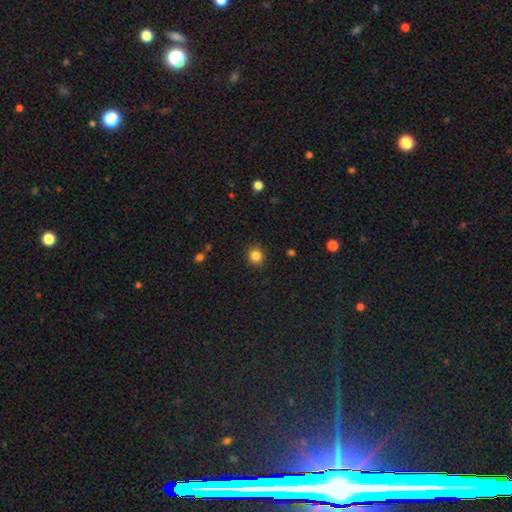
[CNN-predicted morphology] A smooth galaxy with no disk features (84%) that is round (92%). Merging: none (91%).